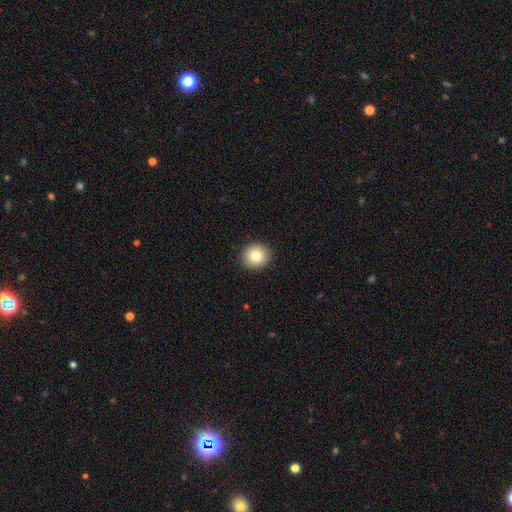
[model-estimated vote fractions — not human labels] Smooth or featured? smooth (82%)
How rounded? round (89%)
Merging? none (92%)